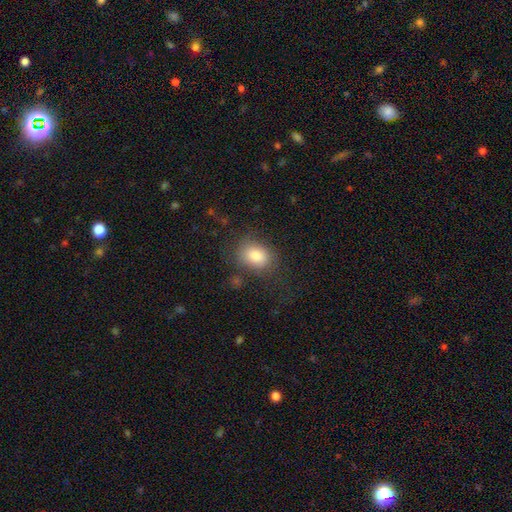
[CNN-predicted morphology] Smooth or featured?
  - smooth: 82% *
  - featured or disk: 9%
  - star or artifact: 8%
How rounded?
  - in between: 72% *
  - round: 27%
  - cigar-shaped: 1%
Merging?
  - none: 68% *
  - minor disturbance: 19%
  - major disturbance: 10%
  - merger: 3%